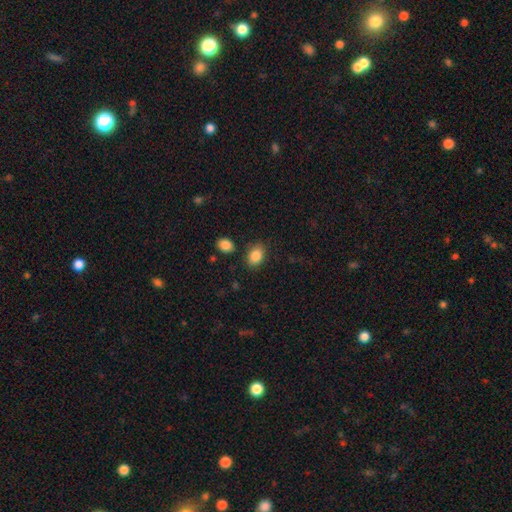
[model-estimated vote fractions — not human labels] A smooth galaxy with no disk features (87%) that is in between round and cigar-shaped (77%). Merging: none (81%).